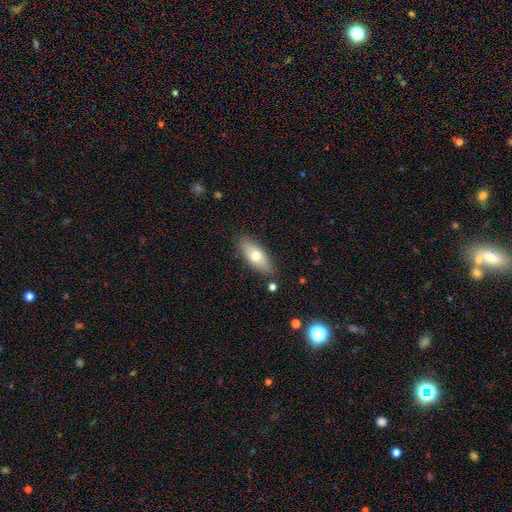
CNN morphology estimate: The model was most divided on "how rounded": in between: 73%, cigar-shaped: 24%, round: 3%. More confident: merging — none (83%); smooth or featured — smooth (72%).